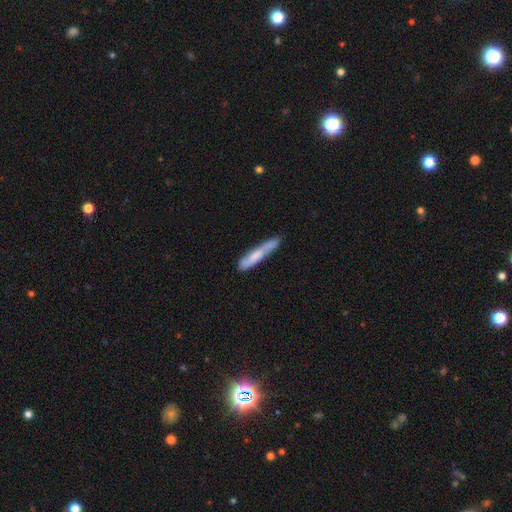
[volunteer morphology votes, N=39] This is likely a smooth galaxy (62%). How rounded: clearly cigar-shaped (88%). Merging: likely none (77%).